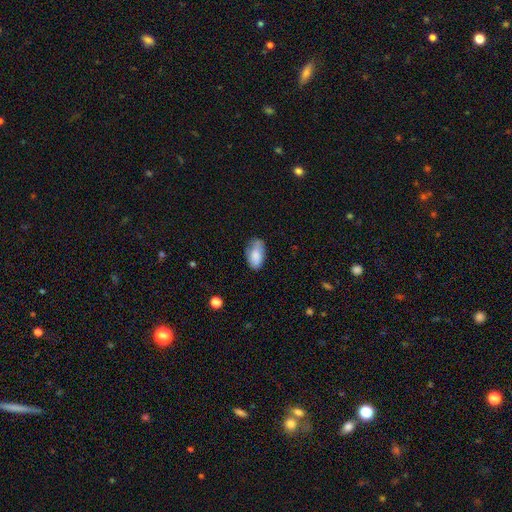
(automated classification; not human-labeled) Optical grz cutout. It shows a smooth galaxy with no disk features (82%) that is in between round and cigar-shaped (93%). Merging: none (61%).